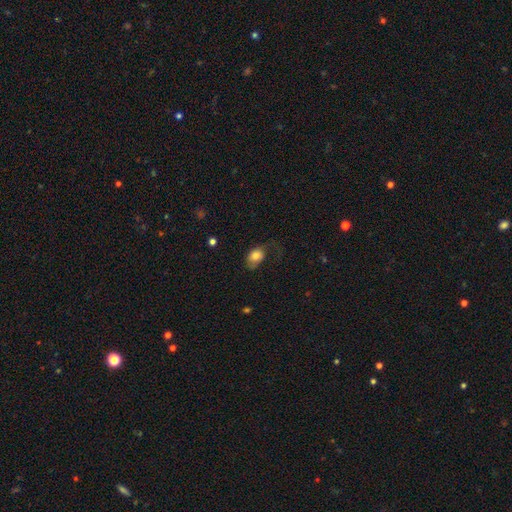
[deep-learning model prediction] smooth 78%, featured or disk 13%, star or artifact 8%. Down the decision tree: how rounded — in between (72%); merging — none (37%).